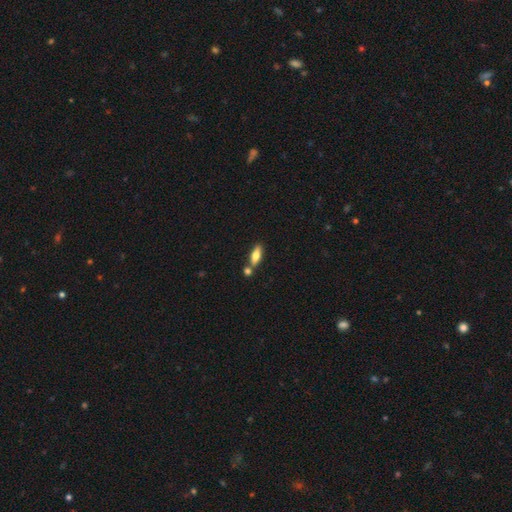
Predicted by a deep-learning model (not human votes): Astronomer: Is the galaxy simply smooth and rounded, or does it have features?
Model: smooth — 70%.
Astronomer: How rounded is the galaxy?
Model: in between — 67%.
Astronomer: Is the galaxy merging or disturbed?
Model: none — 65%.